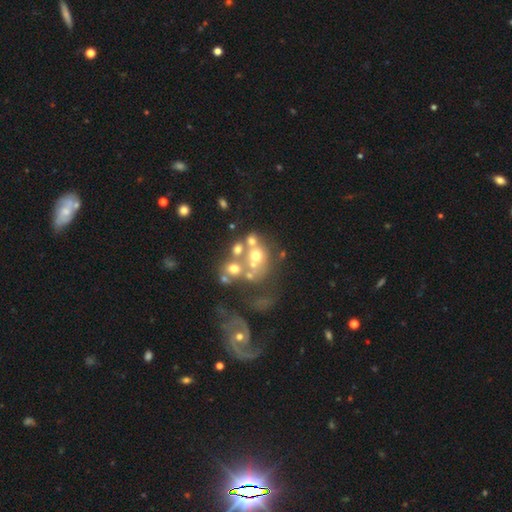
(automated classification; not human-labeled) smooth-or-featured: featured or disk: 60% | star or artifact: 20% | smooth: 20%
  disk-edge-on: no: 96% | yes: 4%
    bar: no: 77% | weak: 16% | strong: 7%
    has-spiral-arms: no: 56% | yes: 44%
    bulge-size: moderate: 42% | small: 33% | none: 15% | large: 6% | dominant: 3%
  merging: merger: 53% | none: 19% | major disturbance: 18% | minor disturbance: 10%